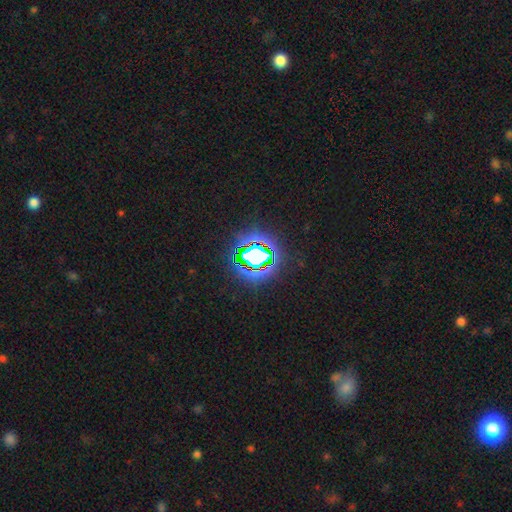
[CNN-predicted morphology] A star or artifact, not a galaxy (69%).

Vote fractions:
- Smooth or featured? star or artifact: 69% / smooth: 19% / featured or disk: 12%